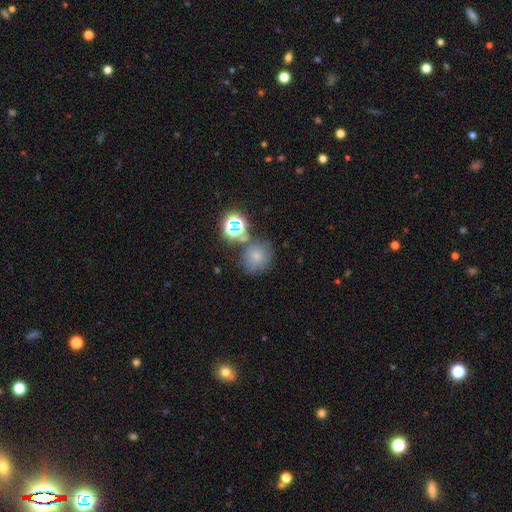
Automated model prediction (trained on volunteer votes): Smooth or featured?
  - smooth: 66% *
  - star or artifact: 23%
  - featured or disk: 11%
How rounded?
  - round: 81% *
  - in between: 18%
  - cigar-shaped: 1%
Merging?
  - none: 61% *
  - merger: 20%
  - minor disturbance: 14%
  - major disturbance: 5%